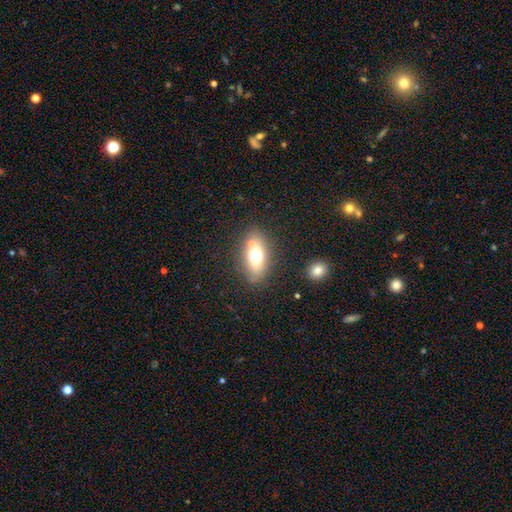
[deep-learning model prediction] The model was most divided on "smooth or featured": smooth: 68%, featured or disk: 23%, star or artifact: 10%. More confident: how rounded — in between (82%); merging — none (71%).